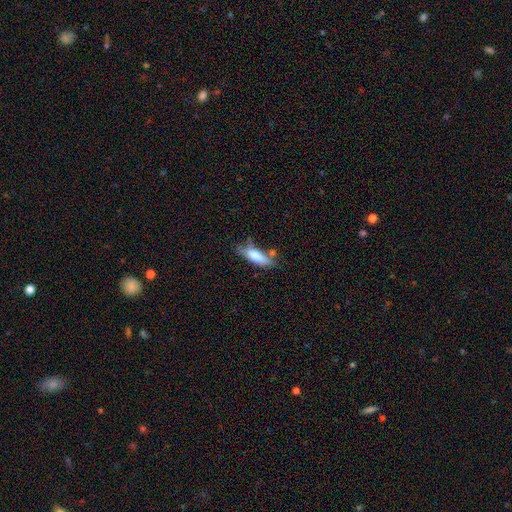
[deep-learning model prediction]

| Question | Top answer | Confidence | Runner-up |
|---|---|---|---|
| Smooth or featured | smooth | 75% | featured or disk (19%) |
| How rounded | in between | 52% | cigar-shaped (46%) |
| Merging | none | 50% | minor disturbance (27%) |